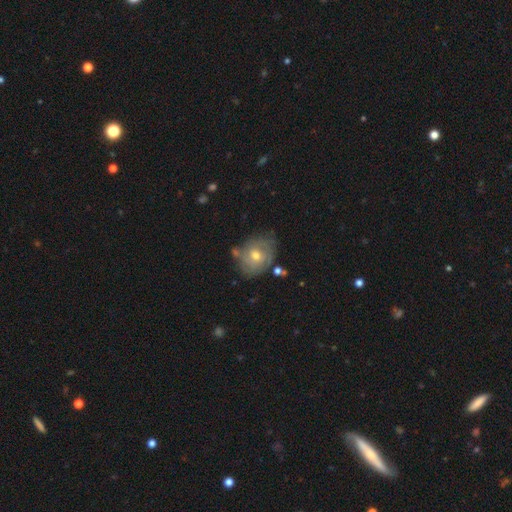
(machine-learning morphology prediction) A featured or disk galaxy (48%). Merging: none (58%).